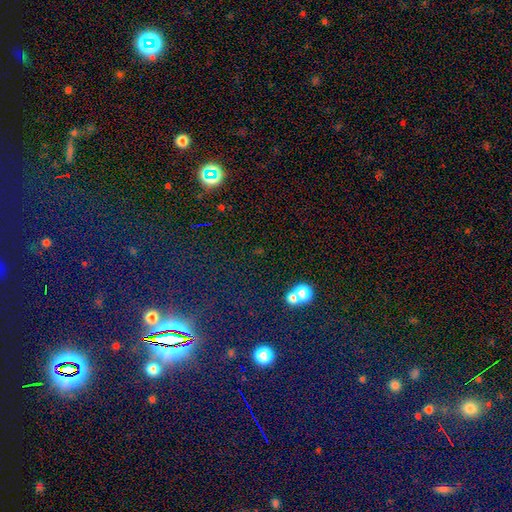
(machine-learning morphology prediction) Smooth or featured: star or artifact — 76% (smooth — 16%)